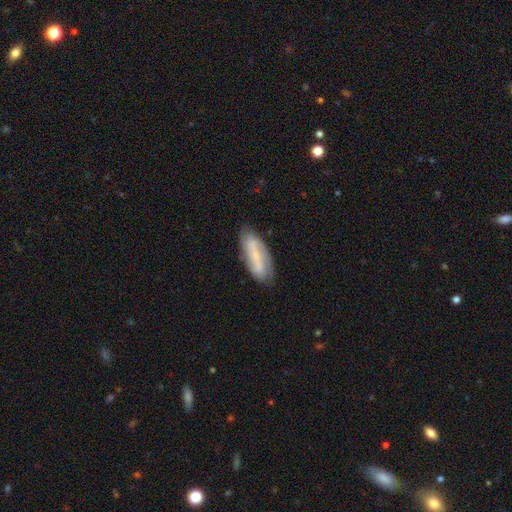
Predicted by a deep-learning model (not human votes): Q: Smooth or featured?
A: featured or disk (60%); runner-up: smooth (33%)
Q: Edge-on disk?
A: no (85%); runner-up: yes (15%)
Q: Bar?
A: strong (41%); runner-up: weak (36%)
Q: Spiral arms?
A: yes (81%); runner-up: no (19%)
Q: Bulge size?
A: small (67%); runner-up: moderate (19%)
Q: Merging?
A: none (77%); runner-up: minor disturbance (17%)